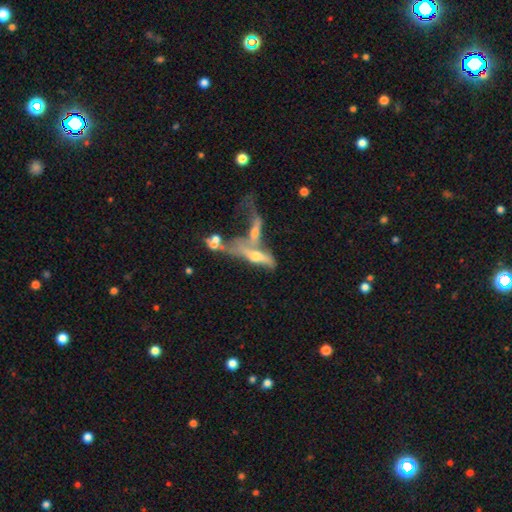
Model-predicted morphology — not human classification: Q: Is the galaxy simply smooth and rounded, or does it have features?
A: featured or disk — 54%.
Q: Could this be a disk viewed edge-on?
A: no — 60%.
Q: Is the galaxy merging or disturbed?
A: merger — 63%.